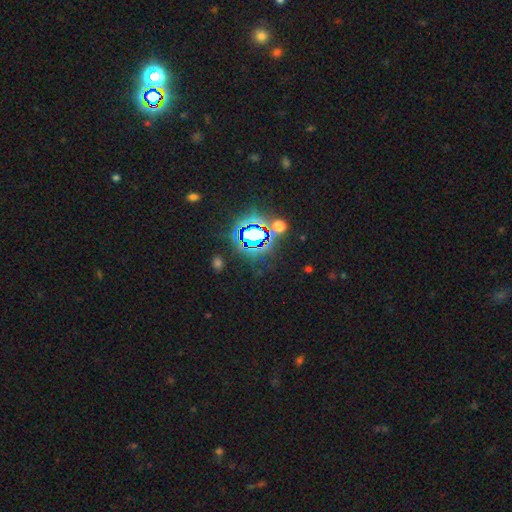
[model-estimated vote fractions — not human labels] Q: Smooth or featured?
A: star or artifact (83%); runner-up: smooth (10%)